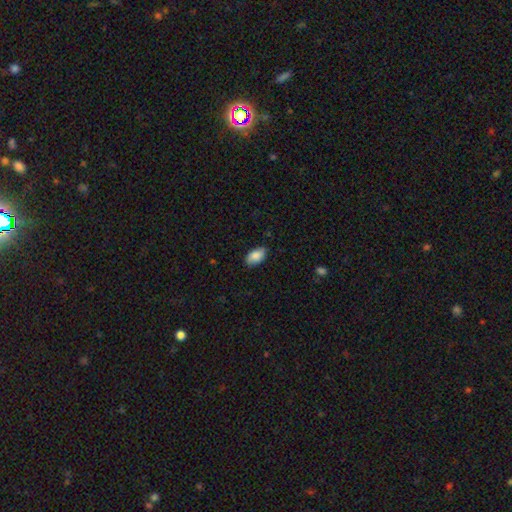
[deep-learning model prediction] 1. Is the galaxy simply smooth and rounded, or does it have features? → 85% smooth, 9% featured or disk, 7% star or artifact.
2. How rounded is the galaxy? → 94% in between, 4% round, 2% cigar-shaped.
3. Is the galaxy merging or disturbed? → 82% none, 14% minor disturbance, 2% major disturbance, 1% merger.